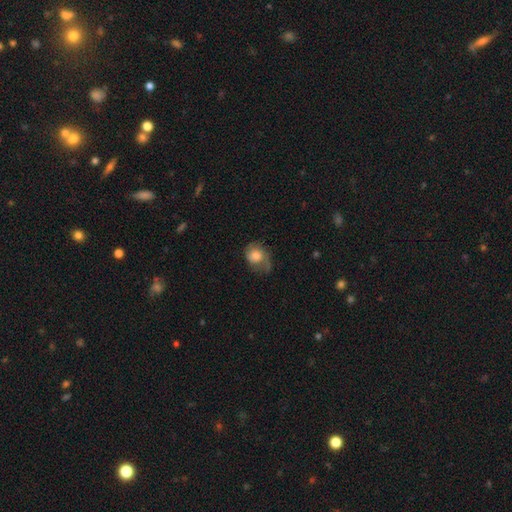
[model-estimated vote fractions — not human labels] smooth_or_featured: smooth (p=0.65) [alt: featured or disk p=0.26]
how_rounded: round (p=0.59) [alt: in between p=0.40]
merging: none (p=0.41) [alt: minor disturbance p=0.32]